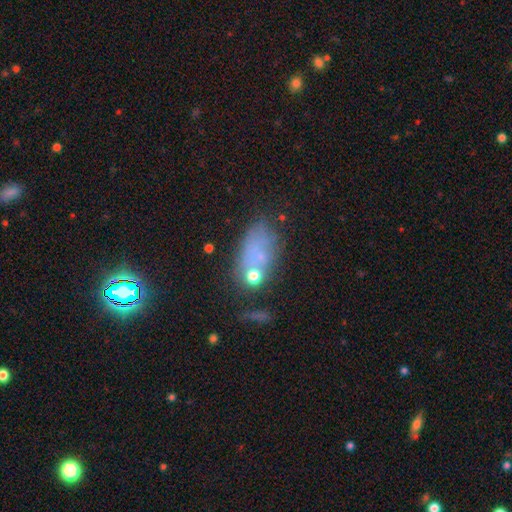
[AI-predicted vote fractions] smooth-or-featured: smooth: 52% | star or artifact: 25% | featured or disk: 23%
  how-rounded: in between: 84% | round: 12% | cigar-shaped: 5%
  merging: none: 48% | minor disturbance: 23% | major disturbance: 17% | merger: 13%